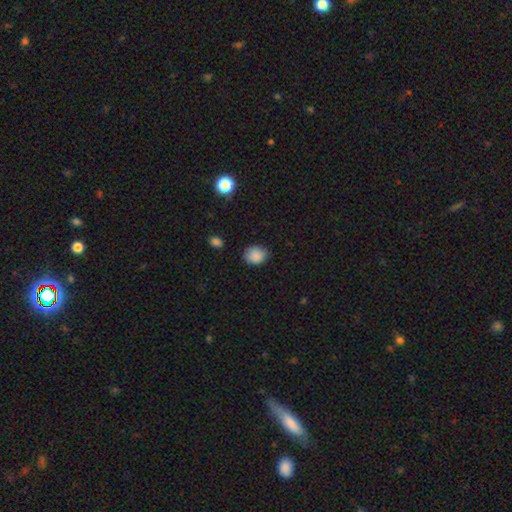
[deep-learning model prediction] A smooth galaxy with no disk features (88%) that is round (58%).

Vote fractions:
- Smooth or featured? smooth: 88% / star or artifact: 8% / featured or disk: 4%
- How rounded? round: 58% / in between: 41% / cigar-shaped: 1%
- Merging? none: 80% / minor disturbance: 16% / major disturbance: 3% / merger: 2%